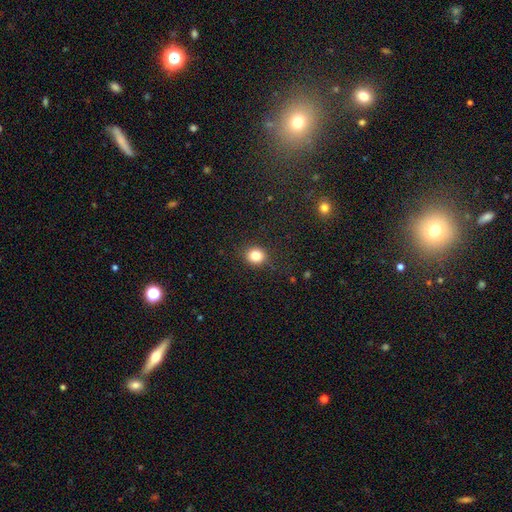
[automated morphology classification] Smooth or featured: smooth — 83% (star or artifact — 11%)
How rounded: round — 80% (in between — 19%)
Merging: none — 86% (minor disturbance — 9%)